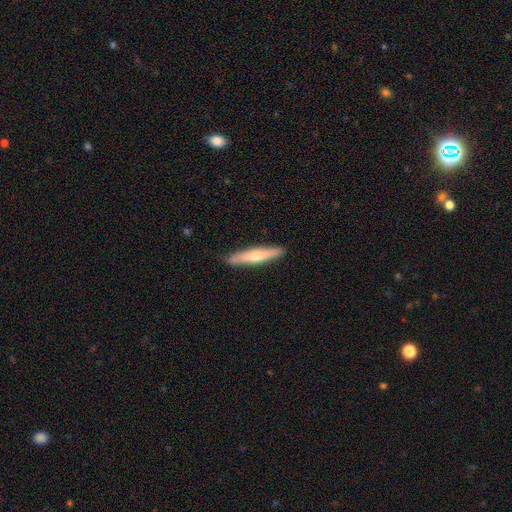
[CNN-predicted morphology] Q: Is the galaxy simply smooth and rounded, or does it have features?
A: featured or disk — 48%.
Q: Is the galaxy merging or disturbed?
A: none — 88%.